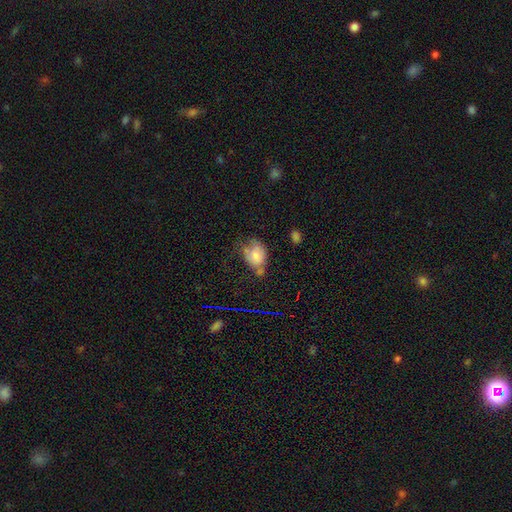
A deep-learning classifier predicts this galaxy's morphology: The model was most divided on "merging": minor disturbance: 34%, none: 31%, major disturbance: 20%, merger: 15%. More confident: smooth or featured — smooth (70%); how rounded — in between (66%).